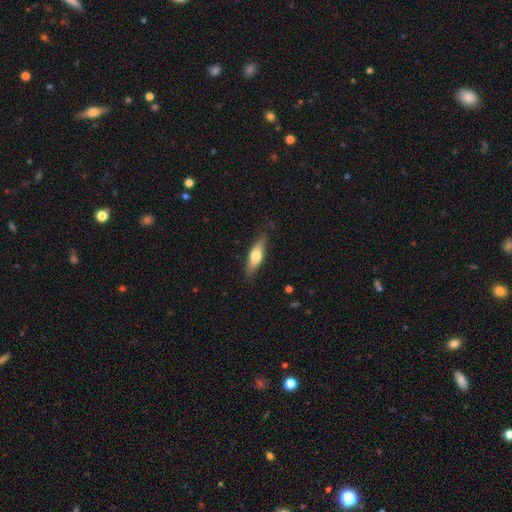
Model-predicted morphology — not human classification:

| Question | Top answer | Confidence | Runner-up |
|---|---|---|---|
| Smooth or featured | smooth | 62% | featured or disk (32%) |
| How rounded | cigar-shaped | 51% | in between (46%) |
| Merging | none | 83% | minor disturbance (13%) |